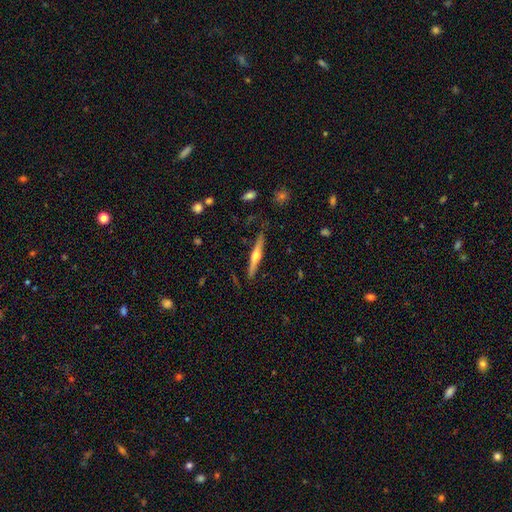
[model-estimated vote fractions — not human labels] Smooth or featured? Predicted: featured or disk (p=0.68). Edge-on disk? Predicted: yes (p=0.98). Edge-on bulge? Predicted: rounded (p=0.93). Merging? Predicted: none (p=0.88).